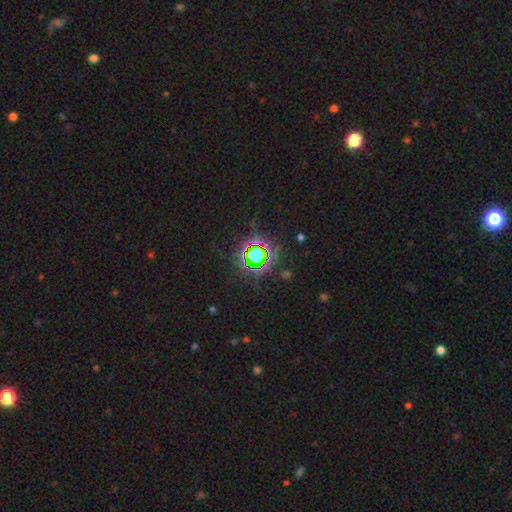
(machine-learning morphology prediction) This appears to be a star or artifact, not a galaxy (74%).